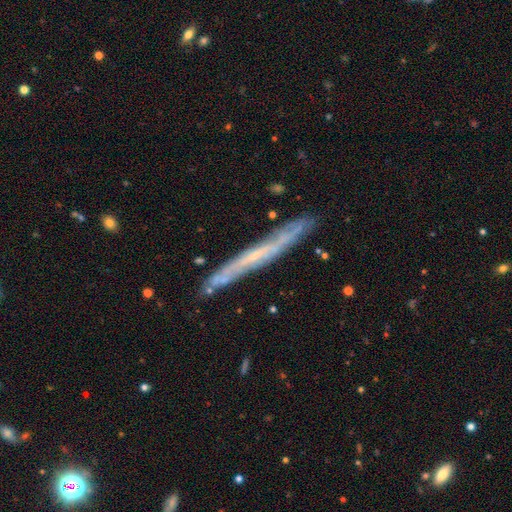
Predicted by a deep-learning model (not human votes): Morphology: type=featured or disk (66%); edge-on=yes (89%); edge-on bulge=none (74%); merging=none (84%).